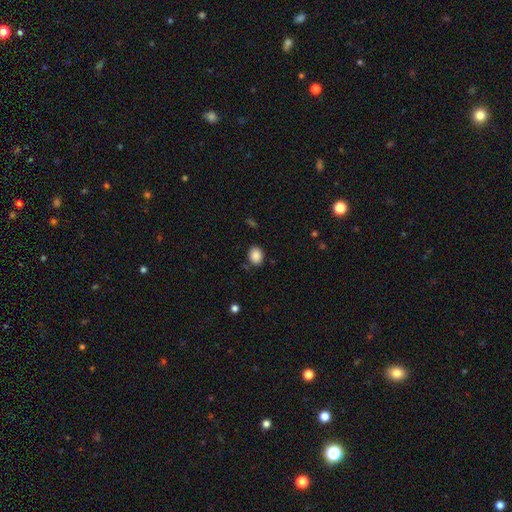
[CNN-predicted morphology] Q: Smooth or featured?
A: smooth (87%); runner-up: star or artifact (9%)
Q: How rounded?
A: in between (53%); runner-up: round (46%)
Q: Merging?
A: none (83%); runner-up: minor disturbance (12%)